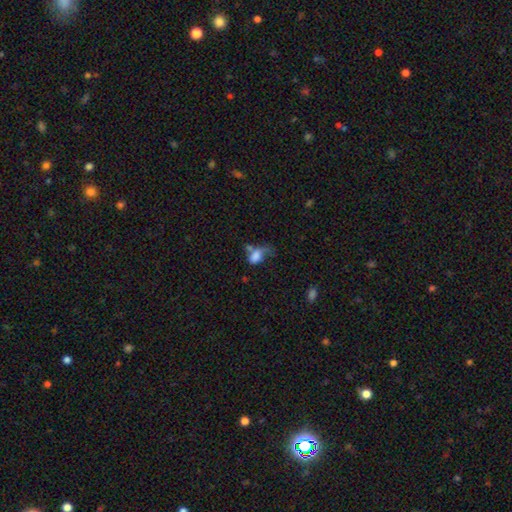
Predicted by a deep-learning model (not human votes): Q: Smooth or featured?
A: smooth (71%); runner-up: featured or disk (18%)
Q: How rounded?
A: in between (83%); runner-up: round (15%)
Q: Merging?
A: major disturbance (37%); runner-up: merger (24%)